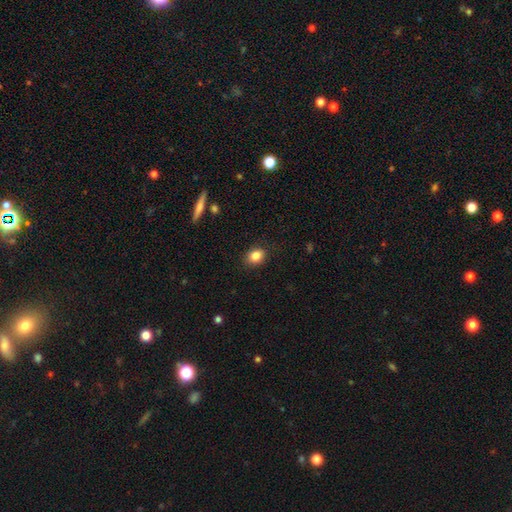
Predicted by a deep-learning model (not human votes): Smooth or featured?
  - smooth: 84% *
  - star or artifact: 9%
  - featured or disk: 6%
How rounded?
  - in between: 56% *
  - round: 43%
  - cigar-shaped: 1%
Merging?
  - none: 87% *
  - minor disturbance: 10%
  - major disturbance: 2%
  - merger: 1%